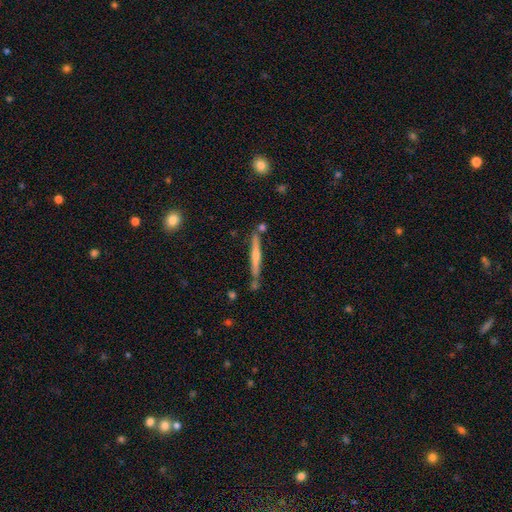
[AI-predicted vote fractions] featured or disk 49%, smooth 45%, star or artifact 6%. Down the decision tree: merging — none (78%).